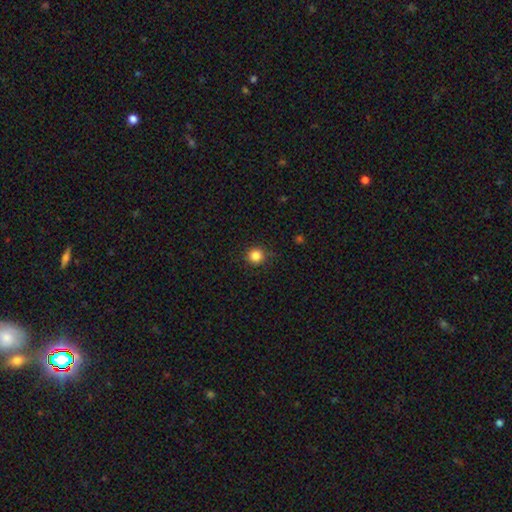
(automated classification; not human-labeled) smooth 84%, star or artifact 12%, featured or disk 4%. Down the decision tree: how rounded — round (94%); merging — none (86%).